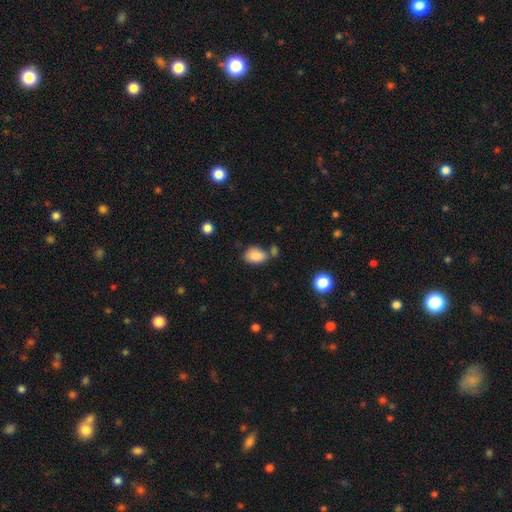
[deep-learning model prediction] This is clearly a smooth galaxy (87%). How rounded: likely in between (80%). Merging: possibly none (59%).